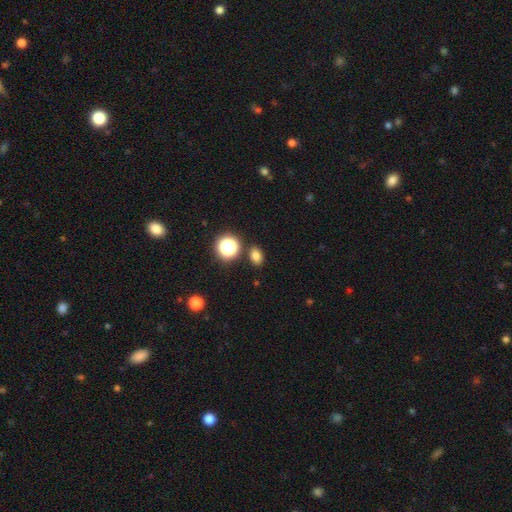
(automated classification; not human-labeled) Smooth or featured: smooth — 78% (star or artifact — 17%)
How rounded: in between — 69% (round — 30%)
Merging: none — 85% (minor disturbance — 8%)